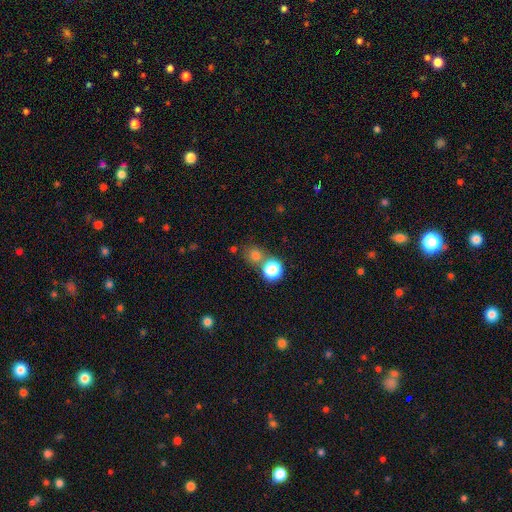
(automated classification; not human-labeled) Smooth or featured? Predicted: smooth (p=0.78). How rounded? Predicted: round (p=0.84). Merging? Predicted: none (p=0.51).